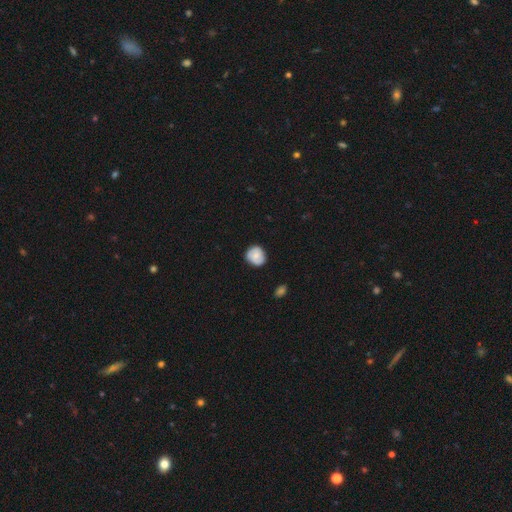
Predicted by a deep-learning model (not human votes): This is likely a smooth galaxy (69%). How rounded: clearly round (81%). Merging: likely none (78%).